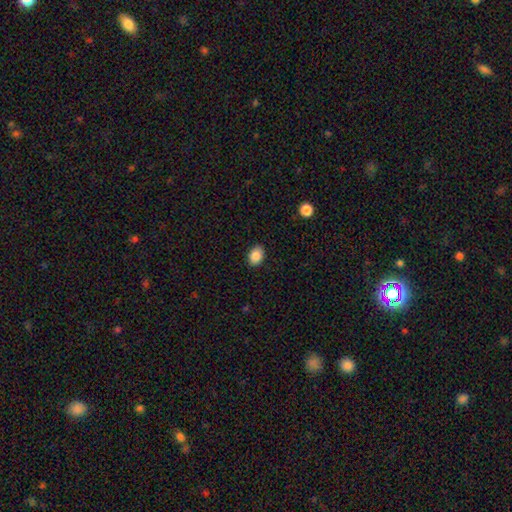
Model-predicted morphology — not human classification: Smooth or featured? smooth (88%)
How rounded? in between (81%)
Merging? none (89%)